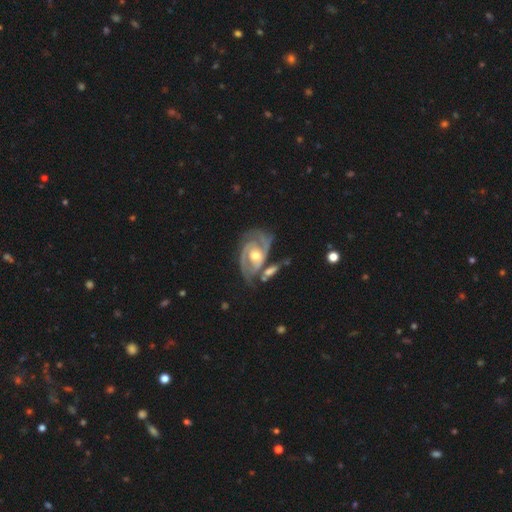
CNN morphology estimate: A featured or disk galaxy (90%) with no bar (58%), 2 (76%) tight (55%) spiral arms (96%) and a moderate central bulge (72%). Merging: none (55%).